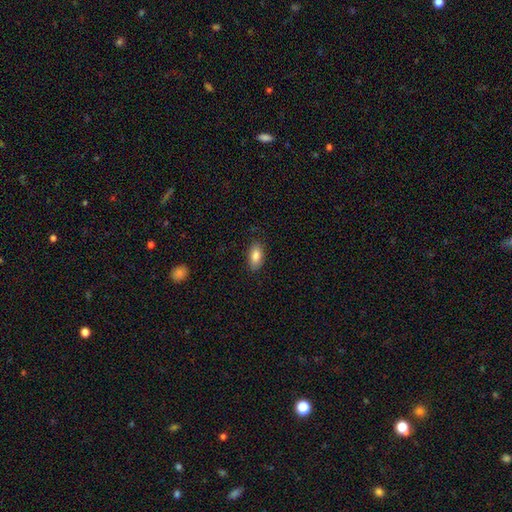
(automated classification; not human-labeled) A smooth galaxy with no disk features (85%) that is in between round and cigar-shaped (90%). Merging: none (85%).